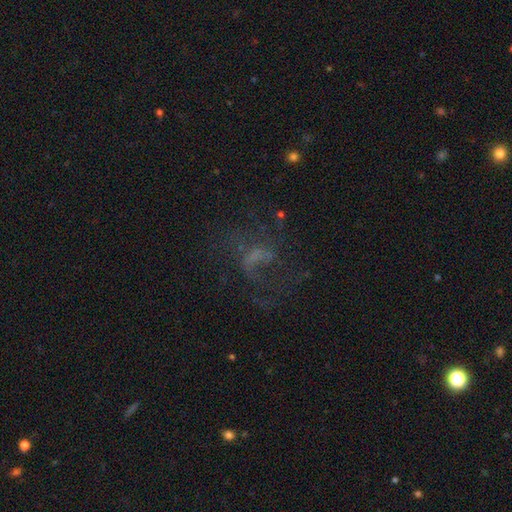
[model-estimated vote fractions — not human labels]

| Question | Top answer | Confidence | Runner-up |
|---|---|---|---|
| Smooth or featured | featured or disk | 54% | star or artifact (24%) |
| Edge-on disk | no | 97% | yes (3%) |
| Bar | no | 57% | weak (32%) |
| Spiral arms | yes | 54% | no (46%) |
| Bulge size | none | 59% | small (23%) |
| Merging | none | 45% | major disturbance (37%) |